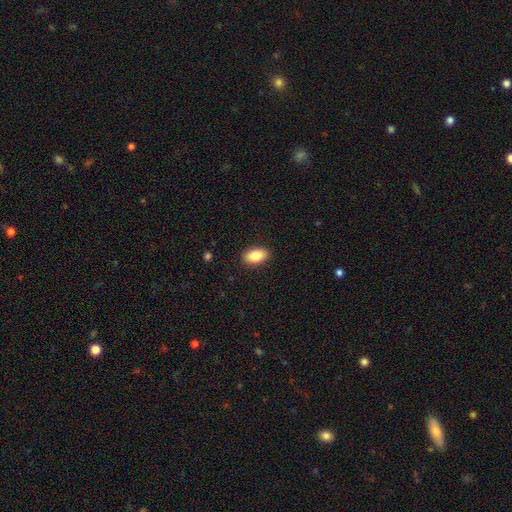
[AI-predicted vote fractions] Q: Smooth or featured?
A: smooth (83%); runner-up: featured or disk (9%)
Q: How rounded?
A: in between (91%); runner-up: round (6%)
Q: Merging?
A: none (90%); runner-up: minor disturbance (7%)